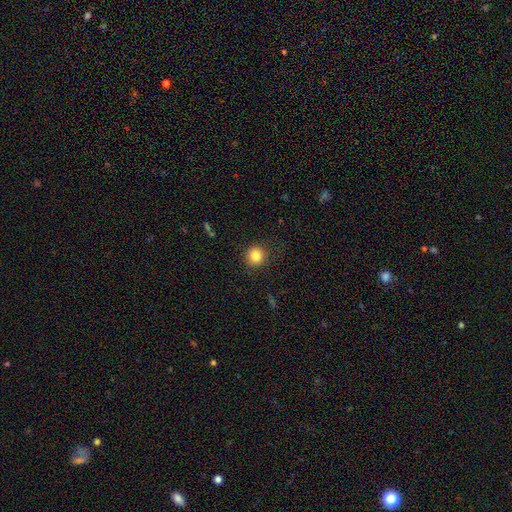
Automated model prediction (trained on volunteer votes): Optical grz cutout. It shows a smooth galaxy with no disk features (84%) that is round (90%). Merging: none (89%).